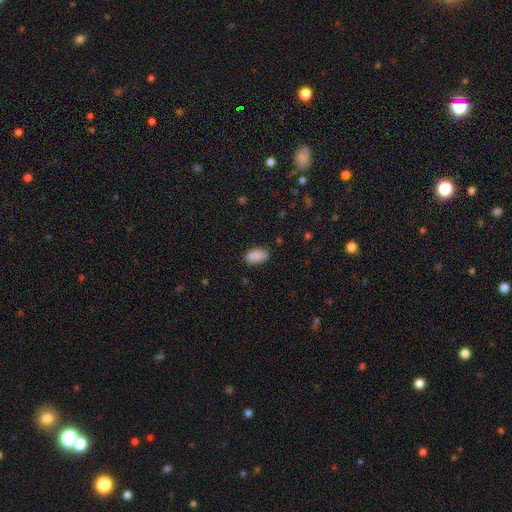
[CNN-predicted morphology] Smooth or featured: smooth — 89% (star or artifact — 7%)
How rounded: in between — 93% (round — 4%)
Merging: none — 82% (minor disturbance — 14%)